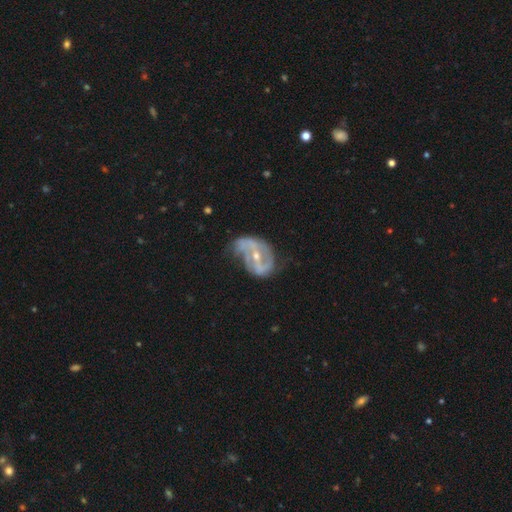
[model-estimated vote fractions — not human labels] Smooth or featured? featured or disk (83%)
Edge-on disk? no (96%)
Bar? strong (39%)
Spiral arms? yes (84%)
Spiral winding? medium (40%)
Spiral arm count? 2 (69%)
Bulge size? small (53%)
Merging? none (40%)